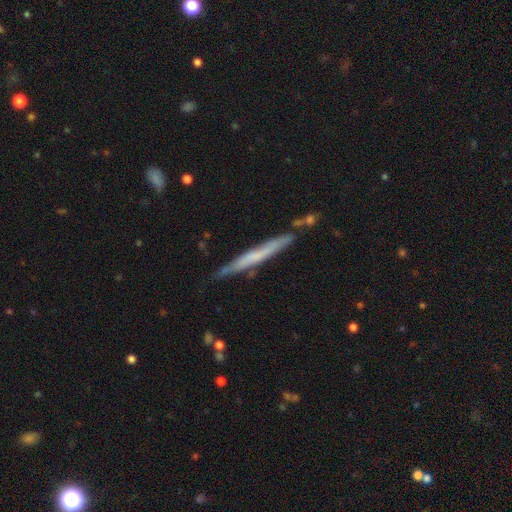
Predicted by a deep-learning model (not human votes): smooth-or-featured: featured or disk: 51% | smooth: 43% | star or artifact: 6%
  disk-edge-on: yes: 94% | no: 6%
  merging: none: 80% | minor disturbance: 14% | merger: 4% | major disturbance: 2%